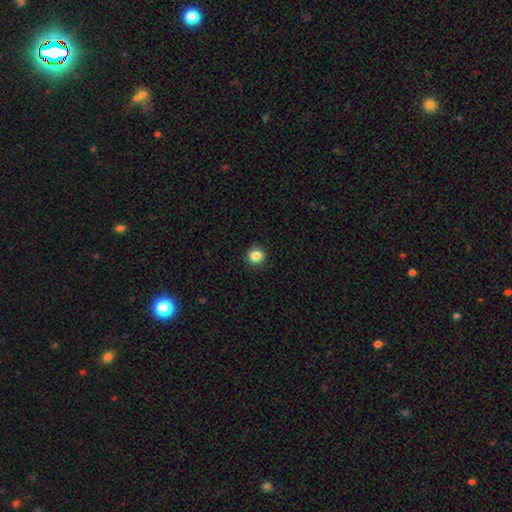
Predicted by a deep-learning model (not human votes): A smooth galaxy with no disk features (85%) that is round (92%). Merging: none (91%).